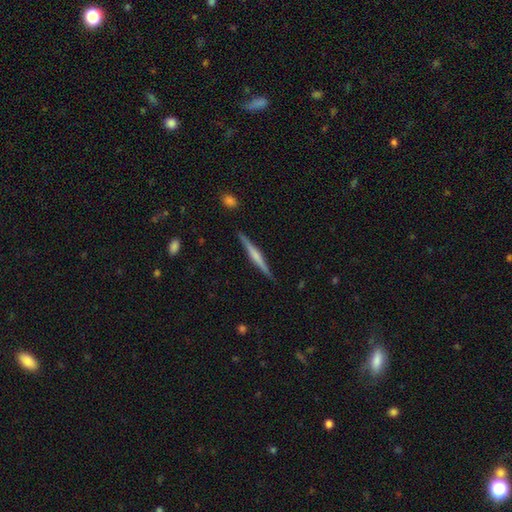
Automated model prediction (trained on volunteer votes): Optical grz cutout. It shows a featured or disk galaxy (63%) viewed edge-on (98%) with a rounded central bulge (46%). Merging: none (90%).